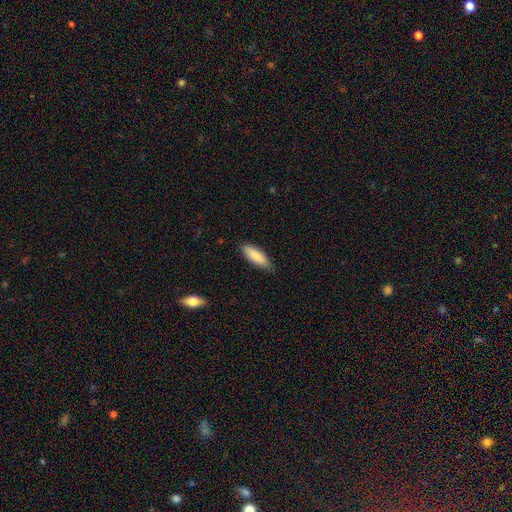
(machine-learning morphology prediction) Overall: smooth (85%). How rounded: in between (62%; cigar-shaped 36%). Merging: none (80%).